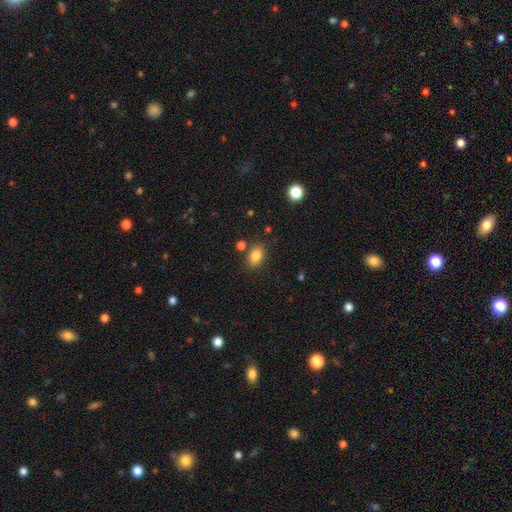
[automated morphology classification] Smooth or featured? Predicted: smooth (p=0.84). How rounded? Predicted: in between (p=0.81). Merging? Predicted: none (p=0.80).